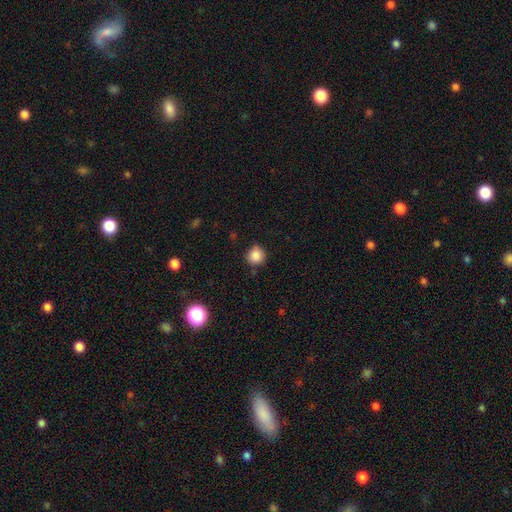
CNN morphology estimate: Q: Smooth or featured?
A: smooth (86%); runner-up: star or artifact (10%)
Q: How rounded?
A: round (91%); runner-up: in between (8%)
Q: Merging?
A: none (82%); runner-up: minor disturbance (13%)